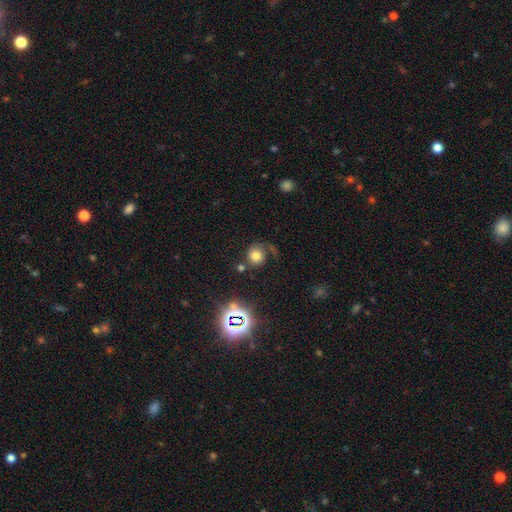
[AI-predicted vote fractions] smooth_or_featured: smooth (p=0.66) [alt: star or artifact p=0.18]
how_rounded: round (p=0.85) [alt: in between p=0.14]
merging: none (p=0.55) [alt: minor disturbance p=0.17]